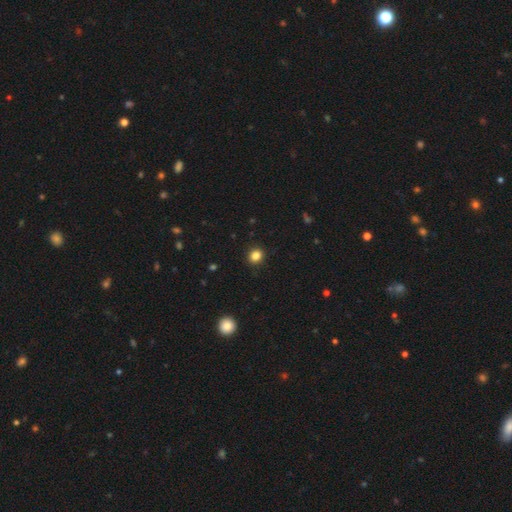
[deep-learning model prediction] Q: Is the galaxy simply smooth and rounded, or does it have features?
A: smooth — 85%.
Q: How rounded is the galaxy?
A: round — 77%.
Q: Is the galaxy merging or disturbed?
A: none — 92%.